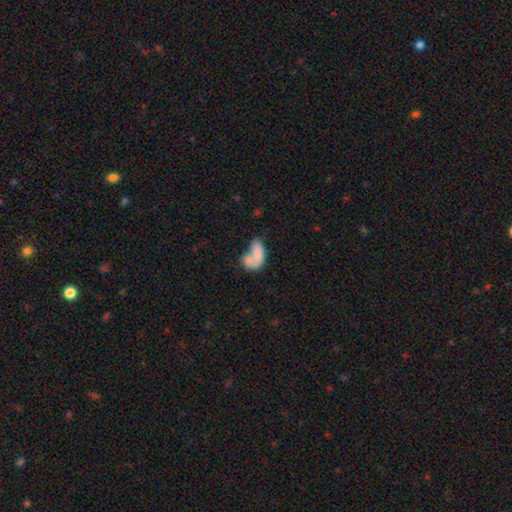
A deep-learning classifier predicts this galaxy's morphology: Smooth or featured: smooth — 72% (featured or disk — 20%)
How rounded: in between — 87% (round — 10%)
Merging: merger — 55% (none — 20%)